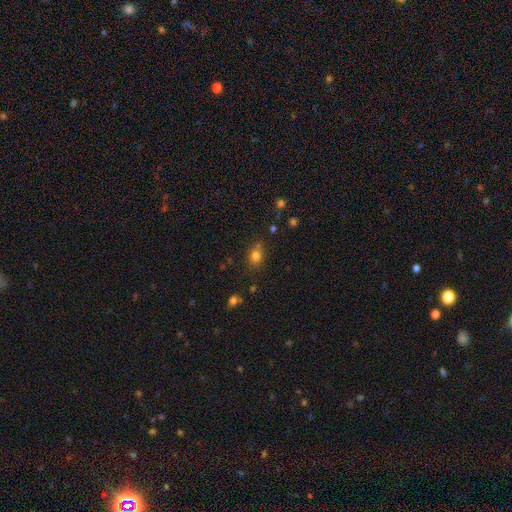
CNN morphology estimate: Q: Smooth or featured?
A: smooth (77%); runner-up: star or artifact (16%)
Q: How rounded?
A: round (58%); runner-up: in between (40%)
Q: Merging?
A: none (71%); runner-up: minor disturbance (16%)